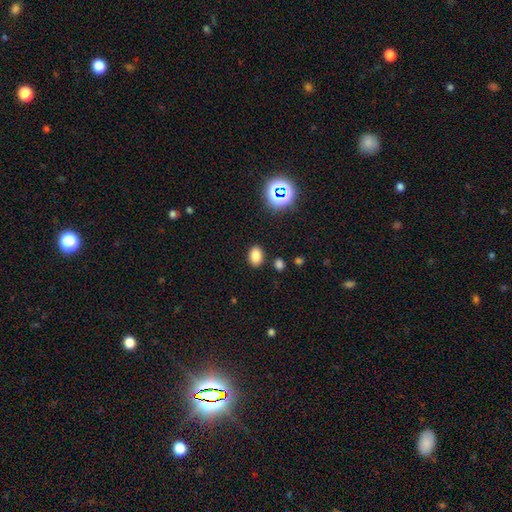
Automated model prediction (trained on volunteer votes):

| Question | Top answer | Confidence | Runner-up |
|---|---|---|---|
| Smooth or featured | smooth | 81% | star or artifact (14%) |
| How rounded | in between | 76% | round (23%) |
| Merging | none | 86% | minor disturbance (9%) |